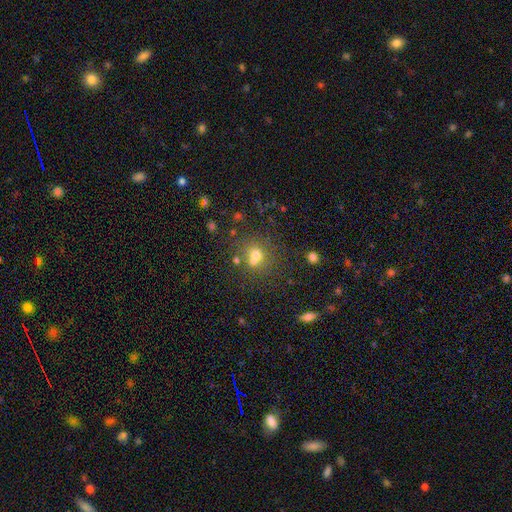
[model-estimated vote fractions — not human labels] This is likely a smooth galaxy (63%). How rounded: clearly round (81%). Merging: possibly none (51%).